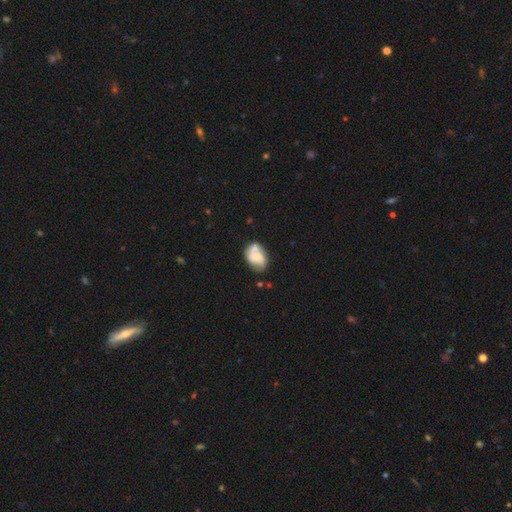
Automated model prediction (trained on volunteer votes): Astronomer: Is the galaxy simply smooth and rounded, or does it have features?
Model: featured or disk — 53% (runner-up: smooth, 40%).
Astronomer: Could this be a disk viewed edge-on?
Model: no — 97%.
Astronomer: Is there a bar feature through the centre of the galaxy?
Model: no — 66%.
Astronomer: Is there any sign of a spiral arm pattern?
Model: yes — 74%.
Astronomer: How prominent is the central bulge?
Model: small — 39% (runner-up: moderate, 34%).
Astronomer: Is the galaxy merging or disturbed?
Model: none — 46% (runner-up: minor disturbance, 23%).